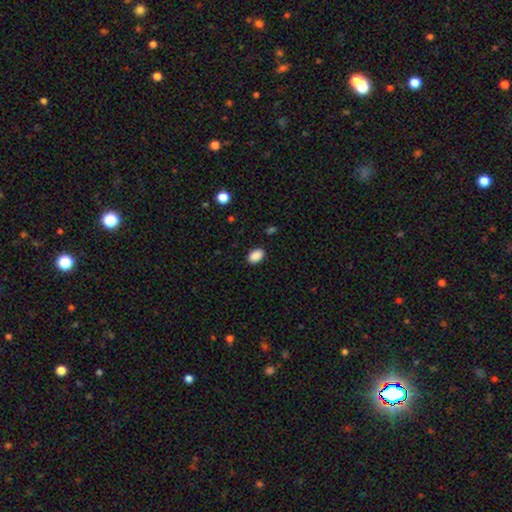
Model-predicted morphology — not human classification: type=smooth (89%); roundness=in between (86%); merging=none (88%).